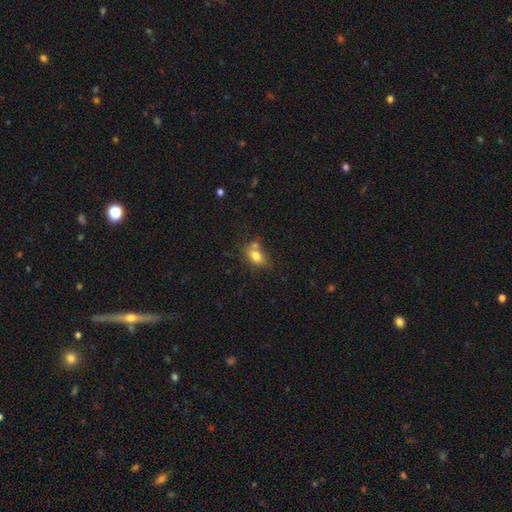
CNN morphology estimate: A smooth galaxy with no disk features (77%) that is in between round and cigar-shaped (75%).

Vote fractions:
- Smooth or featured? smooth: 77% / featured or disk: 13% / star or artifact: 10%
- How rounded? in between: 75% / round: 23% / cigar-shaped: 2%
- Merging? none: 49% / merger: 24% / minor disturbance: 20% / major disturbance: 7%